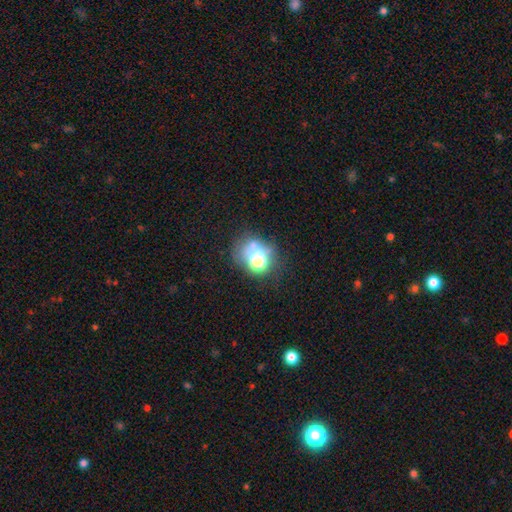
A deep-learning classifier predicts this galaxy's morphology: The model was most divided on "how rounded": round: 50%, in between: 49%, cigar-shaped: 1%. Remaining: smooth or featured — smooth (52%); merging — none (36%).